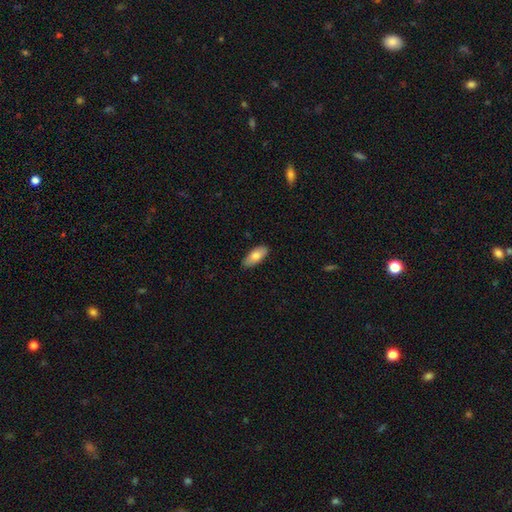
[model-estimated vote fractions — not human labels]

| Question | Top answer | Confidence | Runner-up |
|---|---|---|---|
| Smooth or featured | smooth | 78% | featured or disk (16%) |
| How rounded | in between | 86% | cigar-shaped (12%) |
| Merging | none | 88% | minor disturbance (10%) |